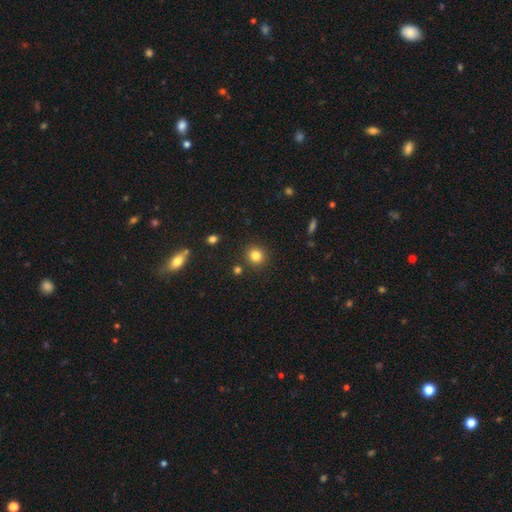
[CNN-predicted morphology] Smooth or featured: smooth — 82% (star or artifact — 13%)
How rounded: round — 90% (in between — 9%)
Merging: none — 88% (minor disturbance — 6%)